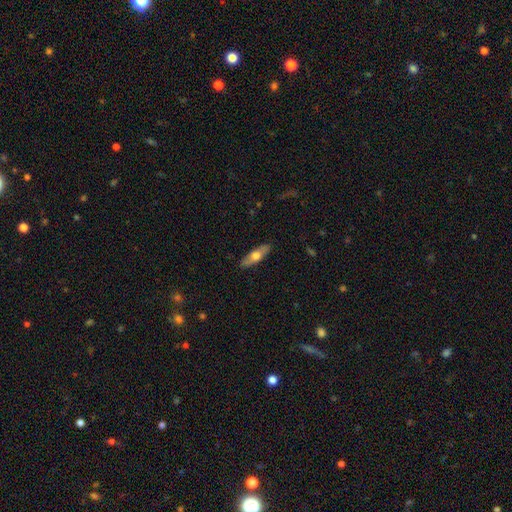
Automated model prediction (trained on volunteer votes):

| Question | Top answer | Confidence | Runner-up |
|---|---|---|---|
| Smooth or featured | smooth | 54% | featured or disk (40%) |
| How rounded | in between | 52% | cigar-shaped (46%) |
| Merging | none | 86% | minor disturbance (11%) |